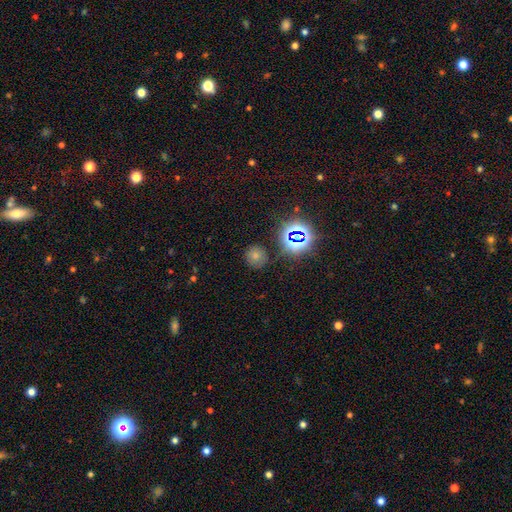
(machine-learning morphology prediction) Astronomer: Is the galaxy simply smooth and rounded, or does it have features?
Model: smooth — 66%.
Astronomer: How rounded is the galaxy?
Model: round — 90%.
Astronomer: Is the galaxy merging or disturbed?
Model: none — 82%.